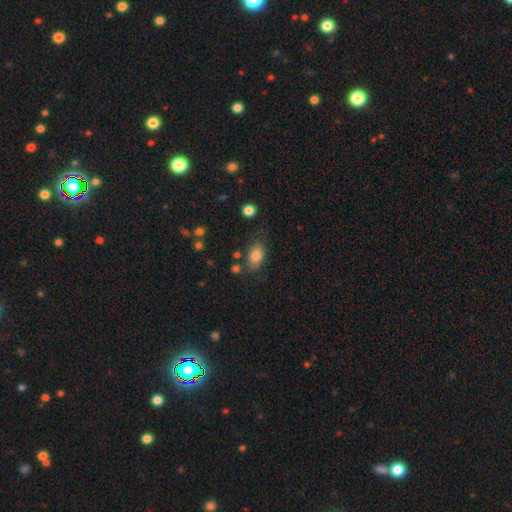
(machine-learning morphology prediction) This appears to be a smooth galaxy with no disk features (82%) that is in between round and cigar-shaped (86%). Merging: none (71%).